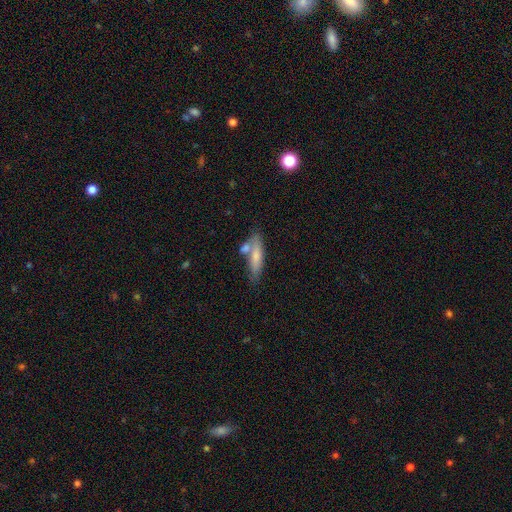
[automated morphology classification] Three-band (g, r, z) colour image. It shows a smooth galaxy with no disk features (72%) that is cigar-shaped (66%). Merging: none (57%).